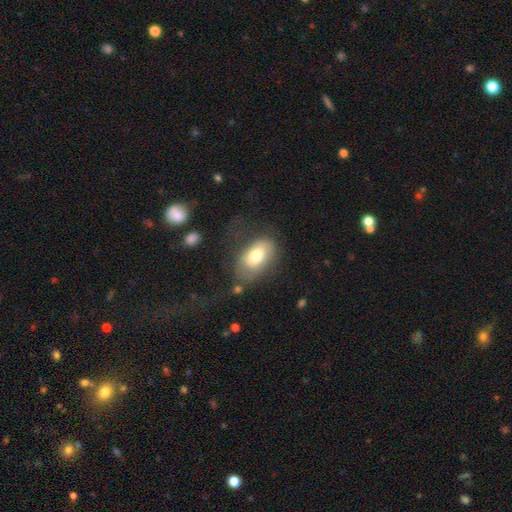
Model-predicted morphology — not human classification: smooth_or_featured: smooth (p=0.71) [alt: featured or disk p=0.21]
how_rounded: in between (p=0.89) [alt: round p=0.09]
merging: none (p=0.55) [alt: minor disturbance p=0.23]